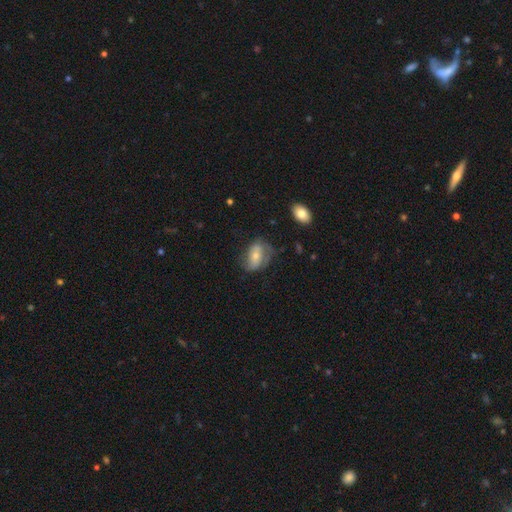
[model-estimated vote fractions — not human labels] smooth_or_featured: smooth (p=0.51) [alt: featured or disk p=0.42]
how_rounded: in between (p=0.84) [alt: round p=0.13]
merging: none (p=0.48) [alt: minor disturbance p=0.28]